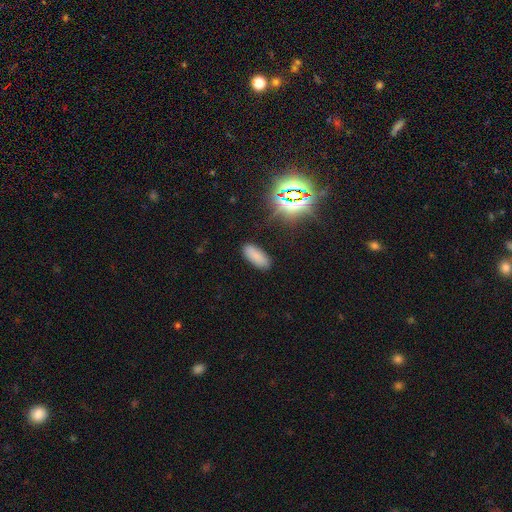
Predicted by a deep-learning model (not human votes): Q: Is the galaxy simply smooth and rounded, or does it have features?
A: smooth — 81%.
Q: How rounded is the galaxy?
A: in between — 83%.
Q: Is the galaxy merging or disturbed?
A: none — 87%.